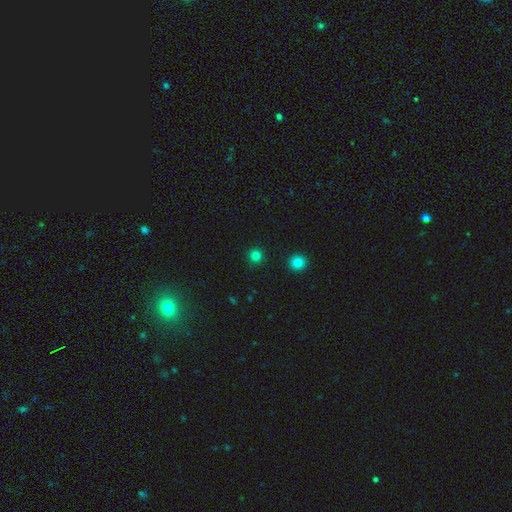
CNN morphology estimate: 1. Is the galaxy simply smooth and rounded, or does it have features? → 81% smooth, 15% star or artifact, 4% featured or disk.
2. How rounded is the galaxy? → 95% round, 4% in between, 1% cigar-shaped.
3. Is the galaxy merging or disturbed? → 92% none, 5% minor disturbance, 2% major disturbance, 1% merger.